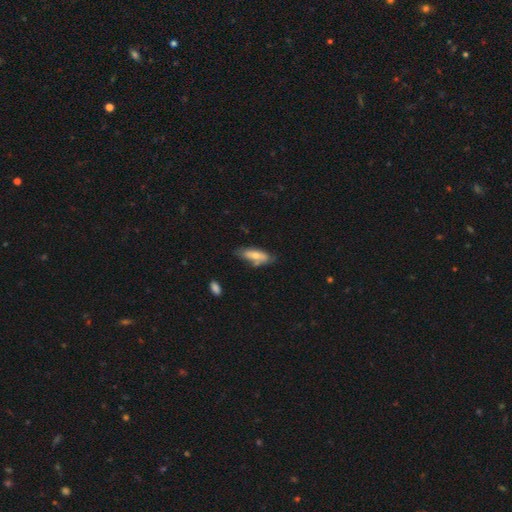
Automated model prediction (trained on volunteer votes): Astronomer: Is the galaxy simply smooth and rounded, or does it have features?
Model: smooth — 62%.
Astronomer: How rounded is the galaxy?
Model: in between — 66%.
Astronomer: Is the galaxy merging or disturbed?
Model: none — 56%.